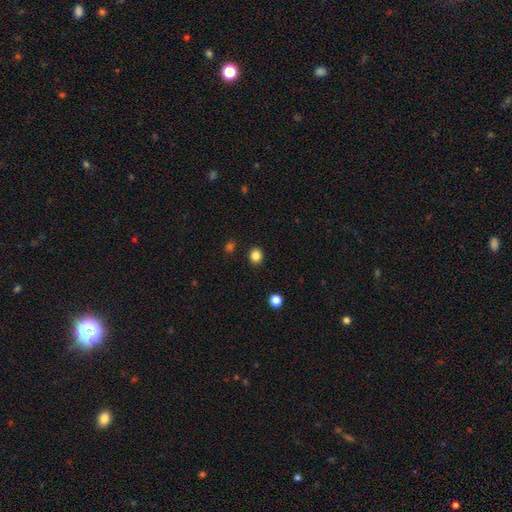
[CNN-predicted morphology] Smooth or featured: smooth — 85% (star or artifact — 12%)
How rounded: round — 78% (in between — 21%)
Merging: none — 90% (minor disturbance — 6%)